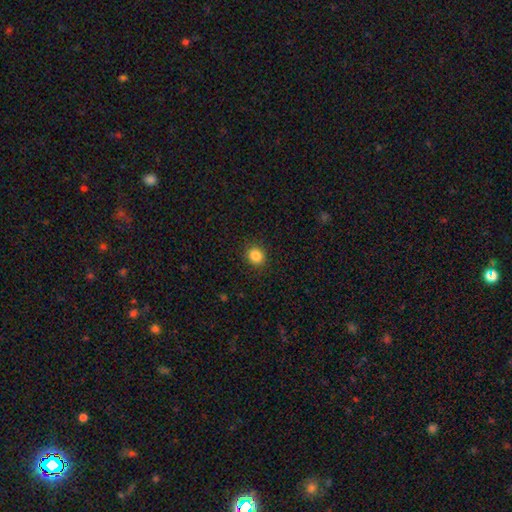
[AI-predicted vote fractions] Smooth or featured: smooth — 85% (star or artifact — 11%)
How rounded: round — 78% (in between — 21%)
Merging: none — 91% (minor disturbance — 6%)